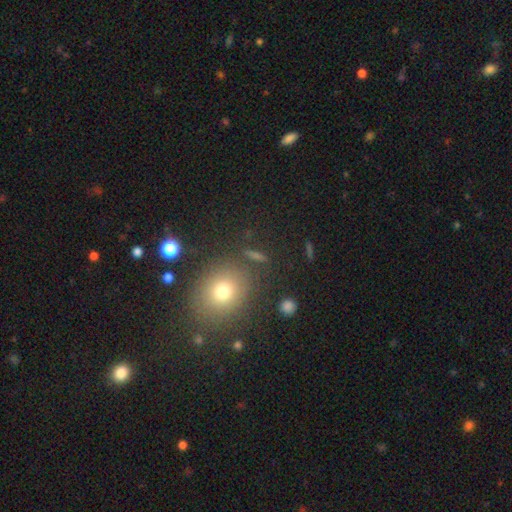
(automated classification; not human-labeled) Smooth or featured? smooth (58%)
How rounded? round (47%)
Merging? none (81%)